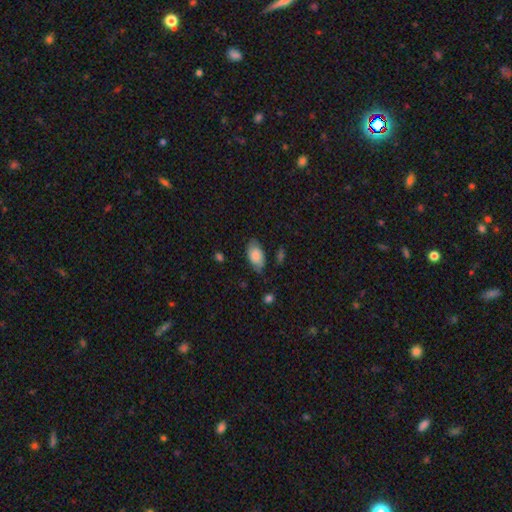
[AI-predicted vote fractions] smooth 73%, featured or disk 20%, star or artifact 7%. Down the decision tree: how rounded — in between (94%); merging — none (72%).